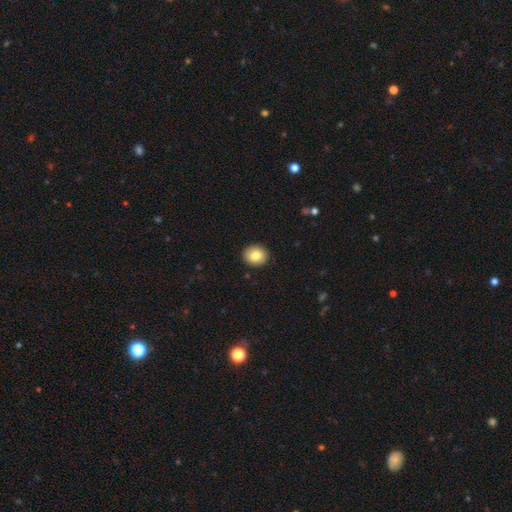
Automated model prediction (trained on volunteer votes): This appears to be a smooth galaxy with no disk features (81%) that is round (78%). Merging: none (91%).